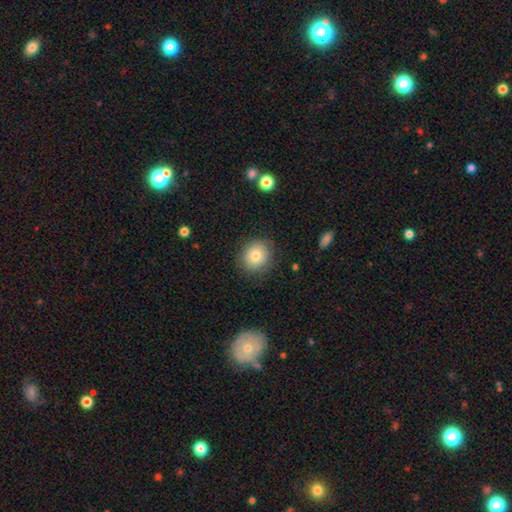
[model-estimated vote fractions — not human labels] Smooth or featured? Predicted: smooth (p=0.78). How rounded? Predicted: round (p=0.77). Merging? Predicted: none (p=0.84).